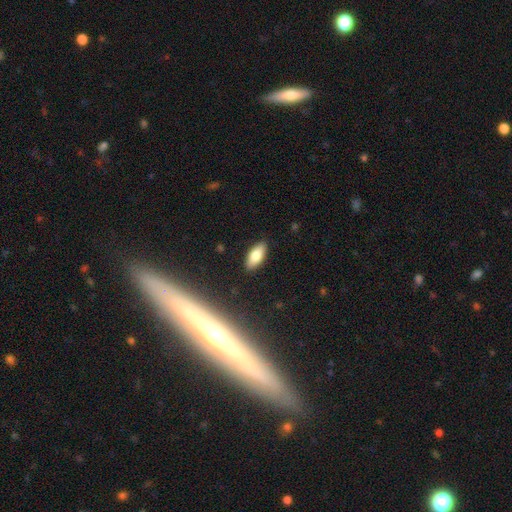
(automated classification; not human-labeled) This appears to be a smooth galaxy with no disk features (80%) that is in between round and cigar-shaped (84%). Merging: none (88%).